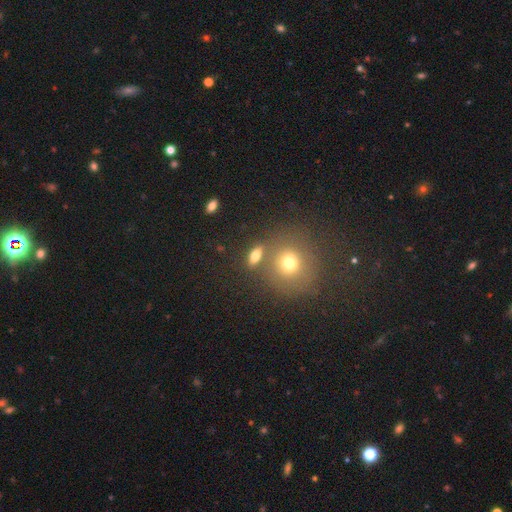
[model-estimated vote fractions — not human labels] A smooth galaxy with no disk features (71%) that is in between round and cigar-shaped (61%). Merging: none (70%).